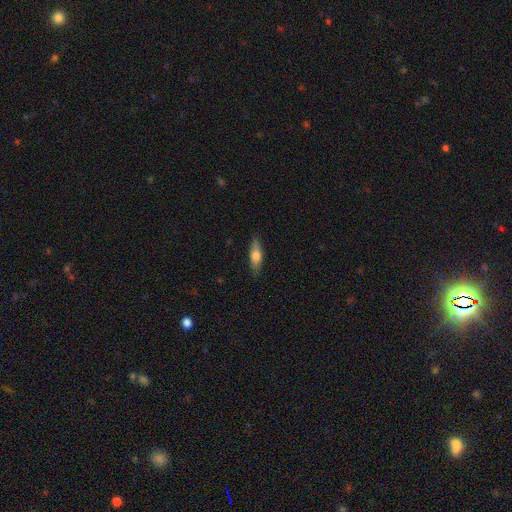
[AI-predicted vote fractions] Q: Smooth or featured?
A: smooth (66%); runner-up: featured or disk (27%)
Q: How rounded?
A: in between (50%); runner-up: cigar-shaped (47%)
Q: Merging?
A: none (84%); runner-up: minor disturbance (13%)